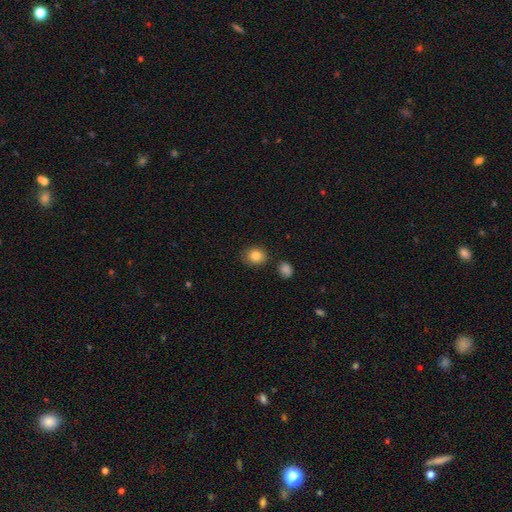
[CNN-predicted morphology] Smooth or featured: smooth — 84% (star or artifact — 10%)
How rounded: round — 64% (in between — 35%)
Merging: none — 83% (minor disturbance — 11%)